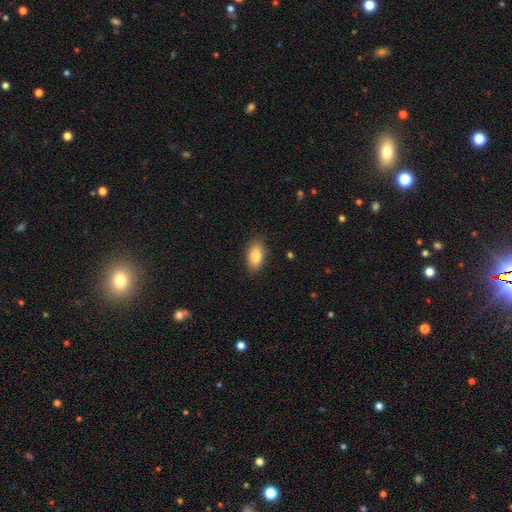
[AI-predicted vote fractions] Smooth or featured? smooth (85%)
How rounded? in between (90%)
Merging? none (85%)